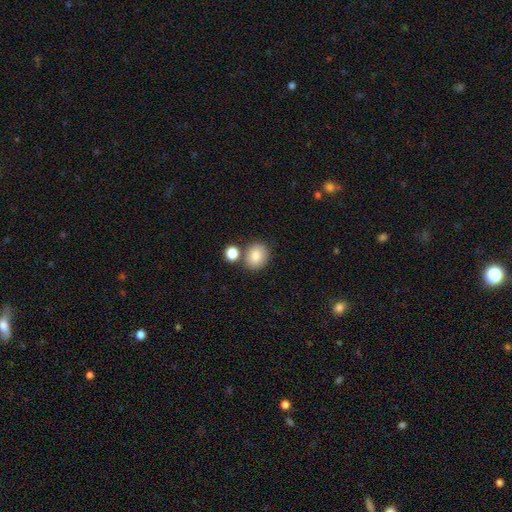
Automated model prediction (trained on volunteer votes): Smooth or featured? Predicted: smooth (p=0.84). How rounded? Predicted: round (p=0.60). Merging? Predicted: none (p=0.72).